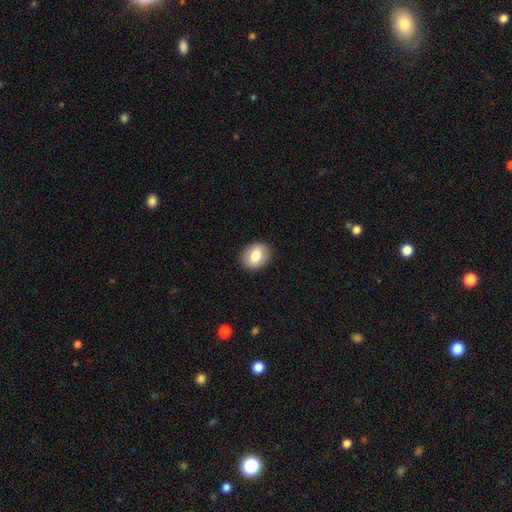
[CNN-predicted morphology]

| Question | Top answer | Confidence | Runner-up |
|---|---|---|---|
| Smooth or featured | smooth | 77% | featured or disk (16%) |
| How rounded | round | 54% | in between (45%) |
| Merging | none | 89% | minor disturbance (7%) |